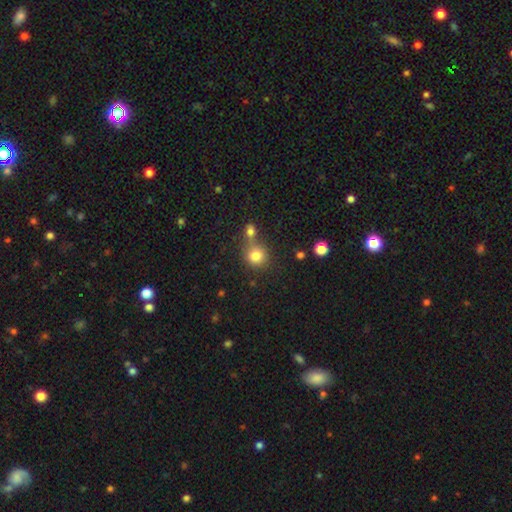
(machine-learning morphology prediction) smooth 79%, star or artifact 12%, featured or disk 8%. Down the decision tree: how rounded — round (87%); merging — none (51%).